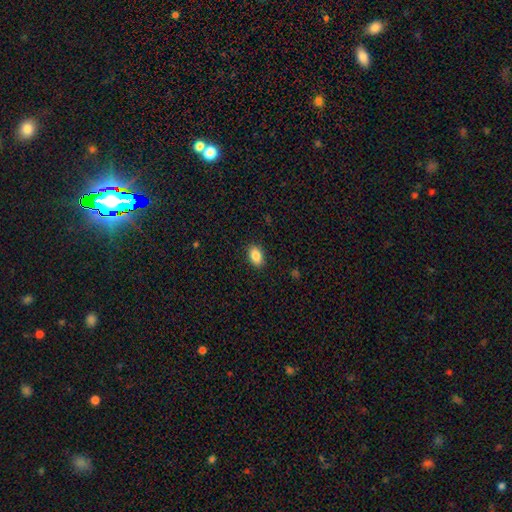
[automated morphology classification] smooth_or_featured: smooth (p=0.85) [alt: star or artifact p=0.08]
how_rounded: in between (p=0.86) [alt: round p=0.13]
merging: none (p=0.89) [alt: minor disturbance p=0.08]